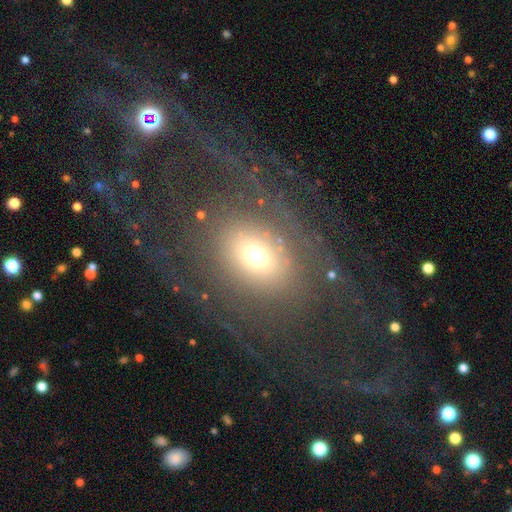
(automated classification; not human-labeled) Smooth or featured: featured or disk — 56% (smooth — 30%)
Edge-on disk: no — 93% (yes — 7%)
Bar: no — 76% (weak — 17%)
Spiral arms: yes — 63% (no — 37%)
Bulge size: moderate — 54% (small — 23%)
Merging: none — 63% (major disturbance — 21%)